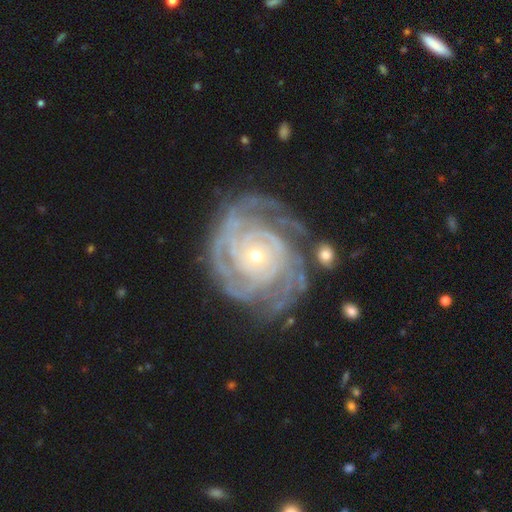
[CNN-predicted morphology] A featured or disk galaxy (91%) with no bar (79%), 4 (23%) tight (79%) spiral arms (98%) and a small central bulge (70%).

Vote fractions:
- Smooth or featured? featured or disk: 91% / star or artifact: 5% / smooth: 4%
- Edge-on disk? no: 97% / yes: 3%
- Bar? no: 79% / weak: 14% / strong: 7%
- Spiral arms? yes: 98% / no: 2%
- Spiral winding? tight: 79% / medium: 18% / loose: 3%
- Spiral arm count? 4: 23% / can't tell: 22% / 3: 21% / 2: 14% / more than 4: 13% / 1: 7%
- Bulge size? small: 70% / moderate: 26% / large: 2% / none: 1% / dominant: 1%
- Merging? none: 70% / minor disturbance: 18% / major disturbance: 9% / merger: 3%